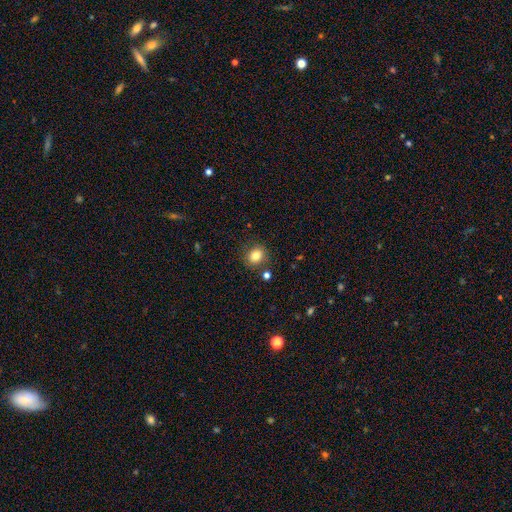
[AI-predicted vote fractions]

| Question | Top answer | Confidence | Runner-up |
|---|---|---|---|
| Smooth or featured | smooth | 82% | star or artifact (11%) |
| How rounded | round | 69% | in between (30%) |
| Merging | none | 82% | minor disturbance (10%) |